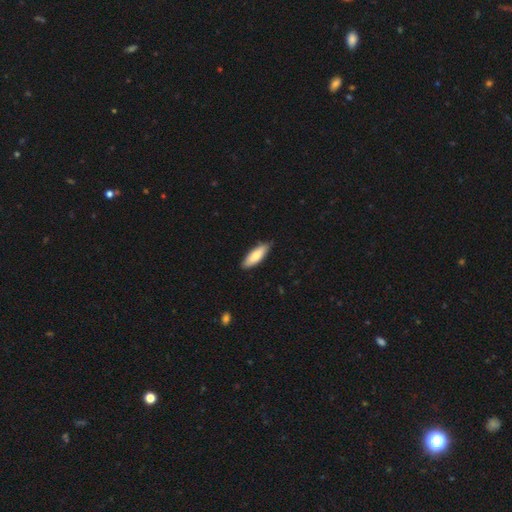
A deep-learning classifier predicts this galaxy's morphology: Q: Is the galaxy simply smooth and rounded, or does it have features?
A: smooth — 80%.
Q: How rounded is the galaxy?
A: in between — 59%.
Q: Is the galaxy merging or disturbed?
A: none — 82%.